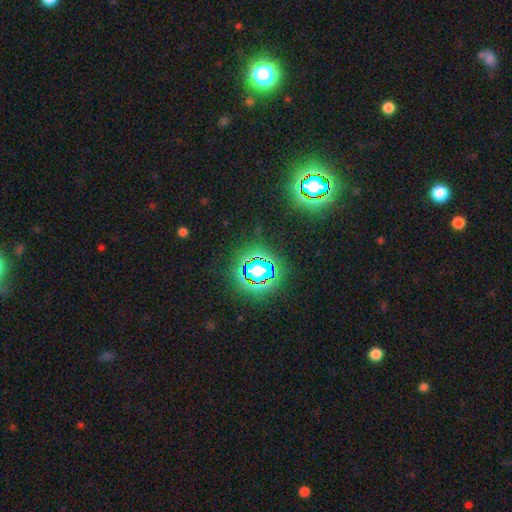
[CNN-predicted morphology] Smooth or featured?
  - star or artifact: 80% *
  - smooth: 14%
  - featured or disk: 7%